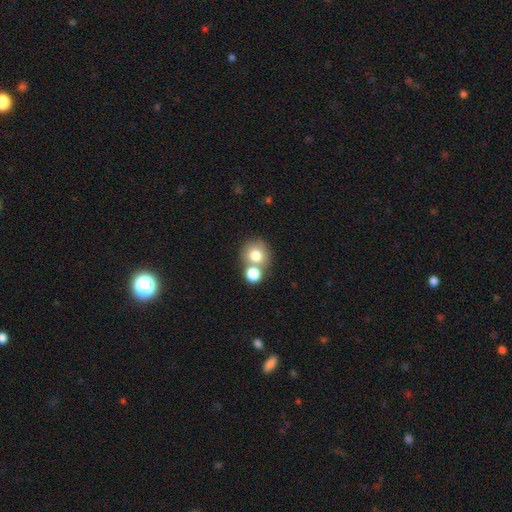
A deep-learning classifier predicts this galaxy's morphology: This appears to be a smooth galaxy with no disk features (76%) that is round (84%). Merging: none (48%).